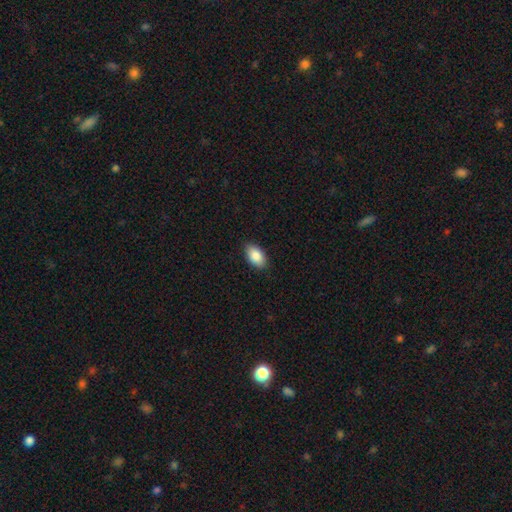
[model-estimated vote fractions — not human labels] Overall: smooth (88%). How rounded: in between (94%). Merging: none (88%).